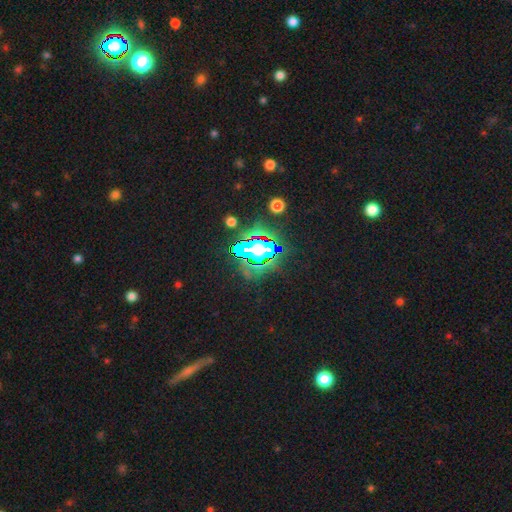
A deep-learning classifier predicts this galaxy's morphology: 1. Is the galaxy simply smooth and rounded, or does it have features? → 80% star or artifact, 11% smooth, 9% featured or disk.